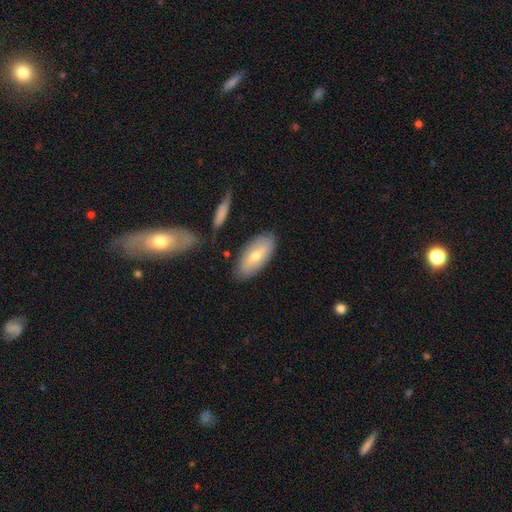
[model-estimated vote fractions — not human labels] Smooth or featured?
  - smooth: 59% *
  - featured or disk: 35%
  - star or artifact: 7%
How rounded?
  - in between: 89% *
  - cigar-shaped: 9%
  - round: 3%
Merging?
  - none: 79% *
  - minor disturbance: 14%
  - merger: 4%
  - major disturbance: 3%